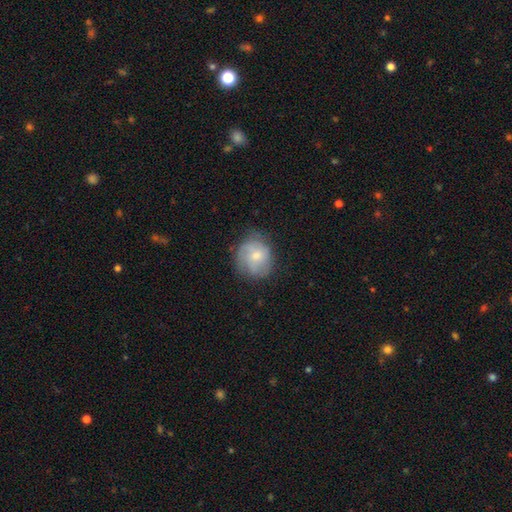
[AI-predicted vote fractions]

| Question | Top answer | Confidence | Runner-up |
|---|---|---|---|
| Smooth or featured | smooth | 55% | featured or disk (37%) |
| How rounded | round | 77% | in between (22%) |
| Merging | none | 60% | minor disturbance (27%) |